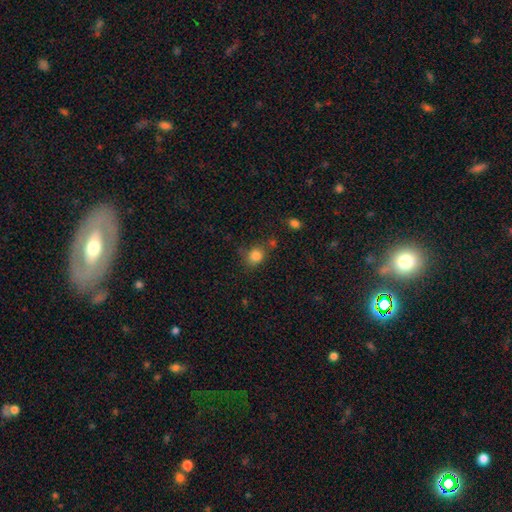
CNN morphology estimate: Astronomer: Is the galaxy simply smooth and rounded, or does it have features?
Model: smooth — 83%.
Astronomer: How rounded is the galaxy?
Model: round — 68%.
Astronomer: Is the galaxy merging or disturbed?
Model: none — 66%.